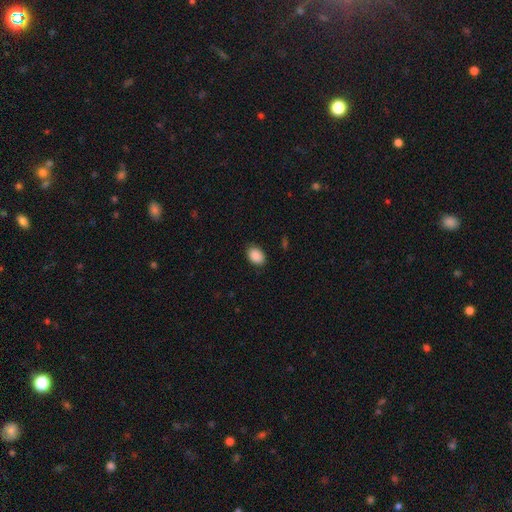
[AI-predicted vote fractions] Smooth or featured? smooth (90%)
How rounded? in between (80%)
Merging? none (85%)